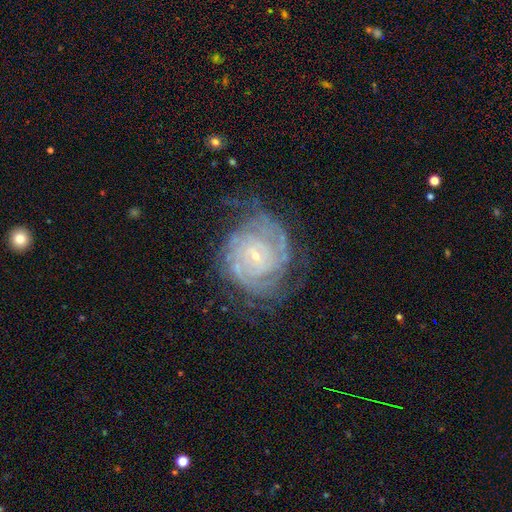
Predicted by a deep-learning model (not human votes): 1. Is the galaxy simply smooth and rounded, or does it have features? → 86% featured or disk, 7% smooth, 7% star or artifact.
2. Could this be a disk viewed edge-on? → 97% no, 3% yes.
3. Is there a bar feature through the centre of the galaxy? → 68% no, 25% weak, 7% strong.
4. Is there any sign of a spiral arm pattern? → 96% yes, 4% no.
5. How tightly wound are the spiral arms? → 78% tight, 18% medium, 4% loose.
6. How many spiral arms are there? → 33% can't tell, 20% 2, 17% 4, 14% 3, 9% more than 4, 6% 1.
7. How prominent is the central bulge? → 85% small, 11% moderate, 2% none, 1% large, 1% dominant.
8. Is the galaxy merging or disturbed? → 67% none, 20% minor disturbance, 11% major disturbance, 2% merger.